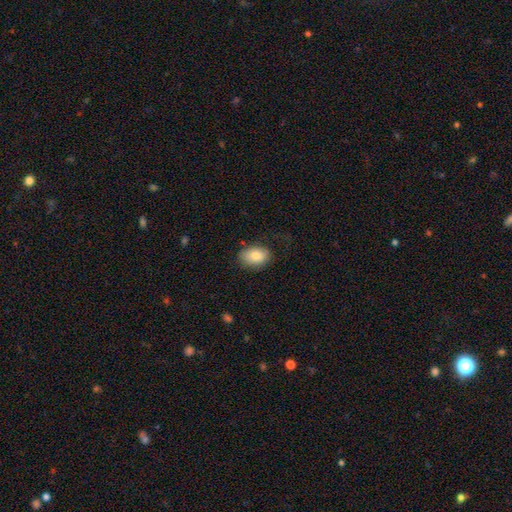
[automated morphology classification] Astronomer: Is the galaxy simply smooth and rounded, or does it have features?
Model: smooth — 83%.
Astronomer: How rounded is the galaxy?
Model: in between — 84%.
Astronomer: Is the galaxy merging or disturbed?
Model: none — 74%.